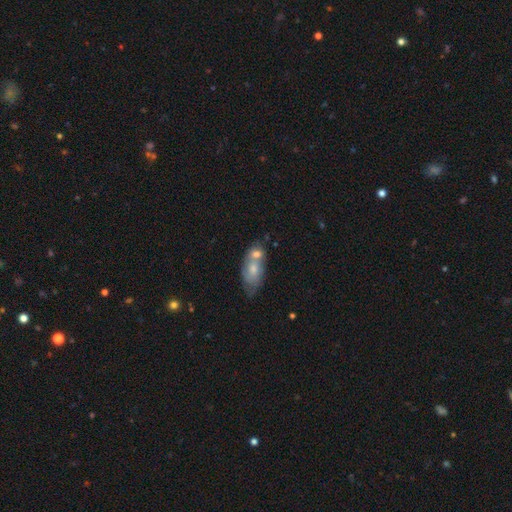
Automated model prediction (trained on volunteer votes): smooth_or_featured: smooth (p=0.50) [alt: featured or disk p=0.38]
how_rounded: in between (p=0.75) [alt: cigar-shaped p=0.13]
merging: merger (p=0.43) [alt: none p=0.37]